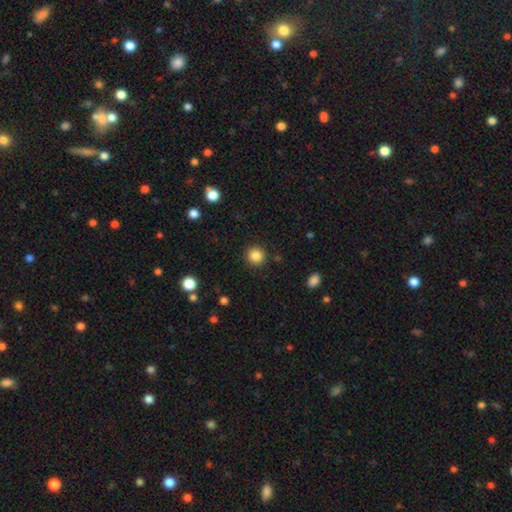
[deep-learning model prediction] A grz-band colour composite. It shows a smooth galaxy with no disk features (86%) that is round (94%). Merging: none (91%).